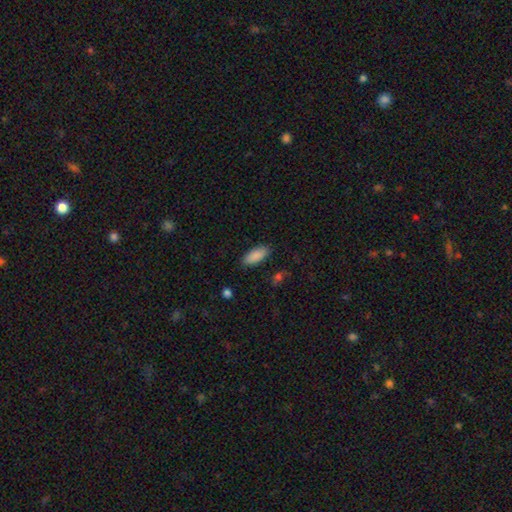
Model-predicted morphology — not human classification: Smooth or featured? Predicted: smooth (p=0.88). How rounded? Predicted: in between (p=0.86). Merging? Predicted: none (p=0.85).